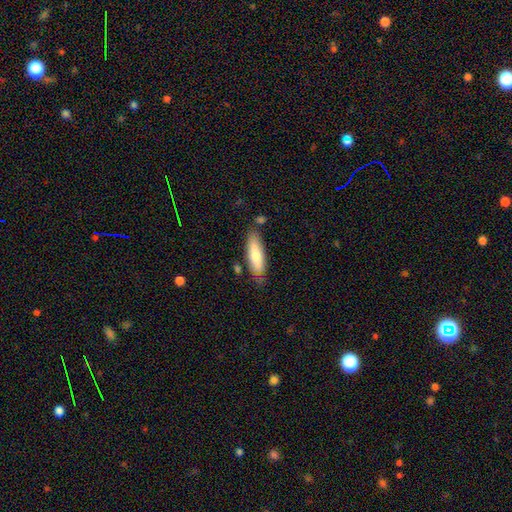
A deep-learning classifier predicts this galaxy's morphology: Smooth or featured: smooth — 74% (featured or disk — 21%)
How rounded: cigar-shaped — 54% (in between — 45%)
Merging: none — 71% (minor disturbance — 20%)